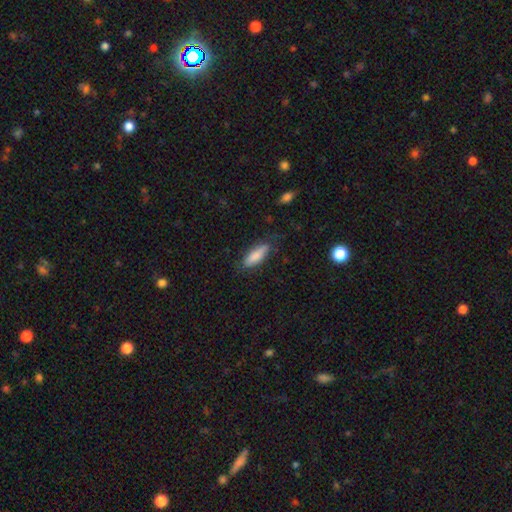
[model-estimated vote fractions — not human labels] Overall: smooth (82%). How rounded: in between (57%; cigar-shaped 41%). Merging: none (74%).